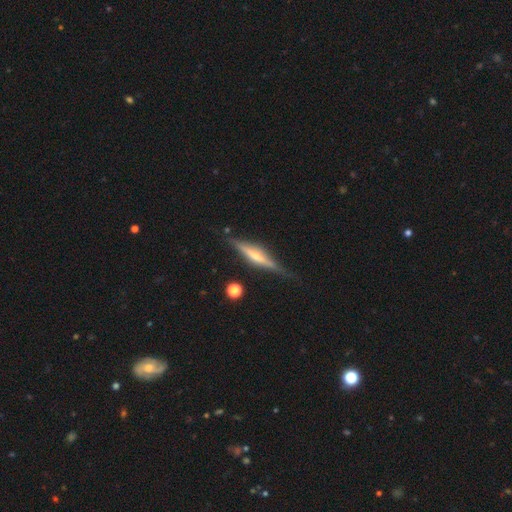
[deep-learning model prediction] A featured or disk galaxy (71%) viewed edge-on (96%) with a rounded central bulge (62%).

Vote fractions:
- Smooth or featured? featured or disk: 71% / smooth: 22% / star or artifact: 6%
- Edge-on disk? yes: 96% / no: 4%
- Edge-on bulge? rounded: 62% / none: 23% / boxy: 15%
- Merging? none: 82% / minor disturbance: 13% / major disturbance: 3% / merger: 2%